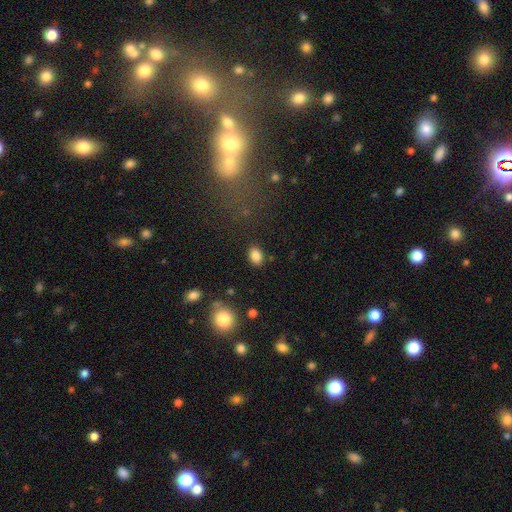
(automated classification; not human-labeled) Smooth or featured: smooth — 86% (star or artifact — 9%)
How rounded: in between — 78% (round — 20%)
Merging: none — 86% (minor disturbance — 10%)